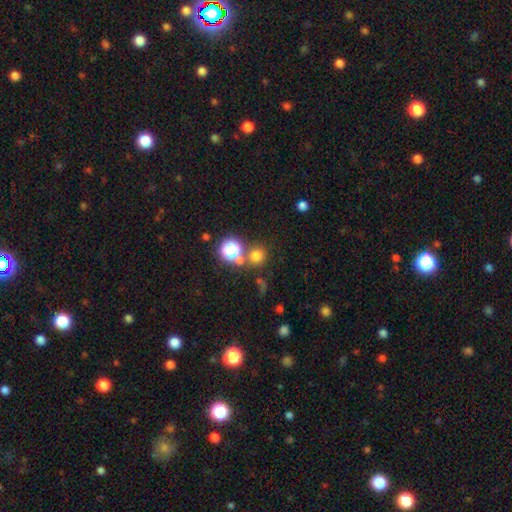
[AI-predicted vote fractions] Morphology: type=smooth (68%); roundness=round (89%); merging=none (68%).